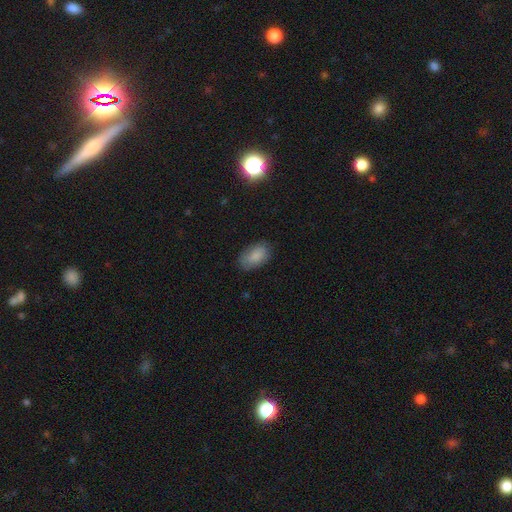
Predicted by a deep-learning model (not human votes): smooth-or-featured: smooth: 85% | featured or disk: 8% | star or artifact: 7%
  how-rounded: in between: 92% | round: 6% | cigar-shaped: 2%
  merging: none: 78% | minor disturbance: 17% | major disturbance: 4% | merger: 1%